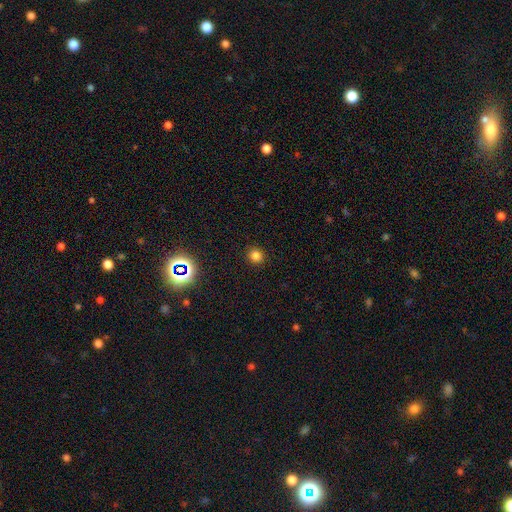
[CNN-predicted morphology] smooth 79%, star or artifact 17%, featured or disk 4%. Down the decision tree: how rounded — round (90%); merging — none (91%).